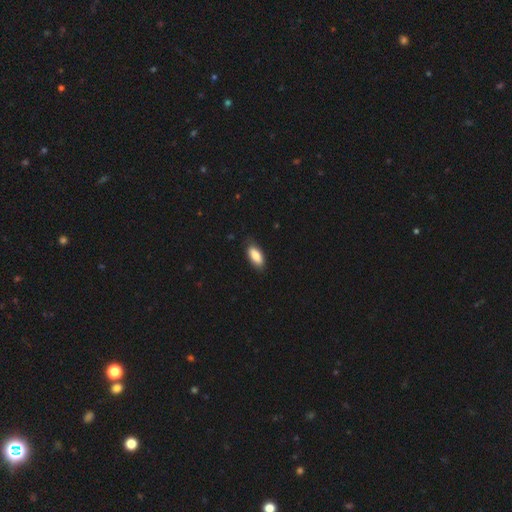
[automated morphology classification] The model was most divided on "merging": none: 80%, minor disturbance: 16%, major disturbance: 3%, merger: 1%. More confident: how rounded — in between (86%); smooth or featured — smooth (84%).